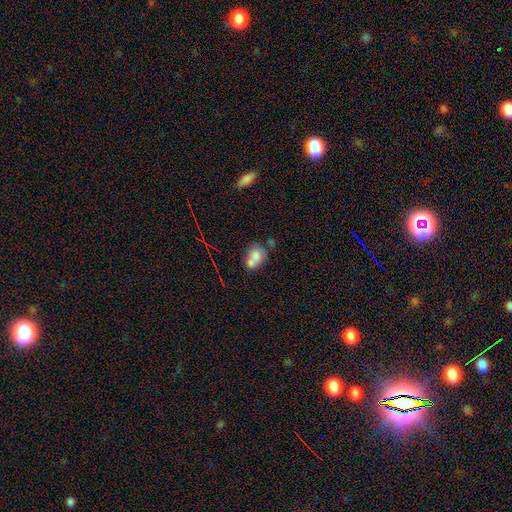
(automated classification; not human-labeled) Morphology: type=smooth (68%); roundness=in between (60%); merging=merger (54%).